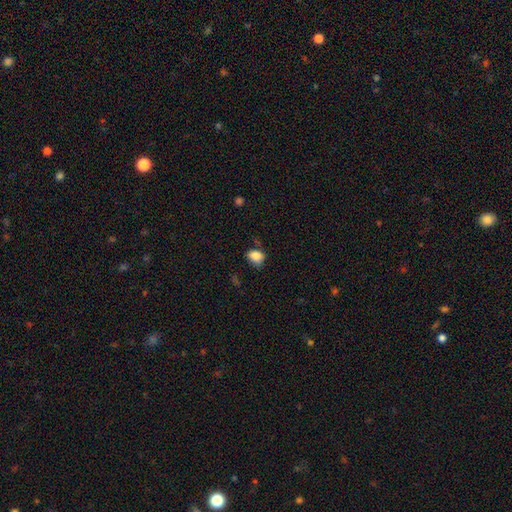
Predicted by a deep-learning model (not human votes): Smooth or featured?
  - smooth: 84% *
  - star or artifact: 10%
  - featured or disk: 6%
How rounded?
  - in between: 62% *
  - round: 37%
  - cigar-shaped: 1%
Merging?
  - none: 58% *
  - minor disturbance: 29%
  - major disturbance: 9%
  - merger: 4%